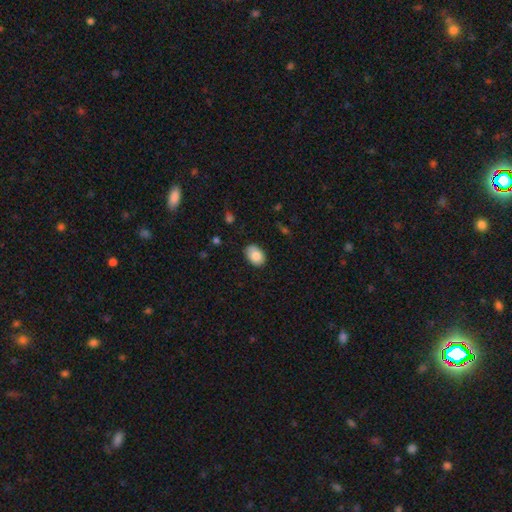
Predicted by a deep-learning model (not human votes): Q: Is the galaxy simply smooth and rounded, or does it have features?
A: smooth — 83%.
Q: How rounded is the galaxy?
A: in between — 81%.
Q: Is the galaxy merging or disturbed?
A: none — 81%.